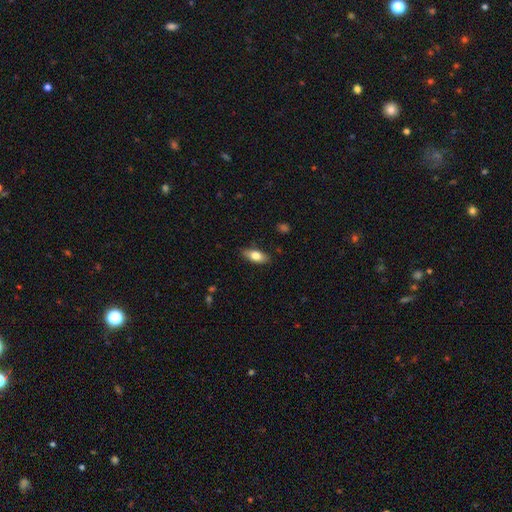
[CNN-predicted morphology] This appears to be a smooth galaxy with no disk features (75%) that is in between round and cigar-shaped (81%). Merging: none (85%).